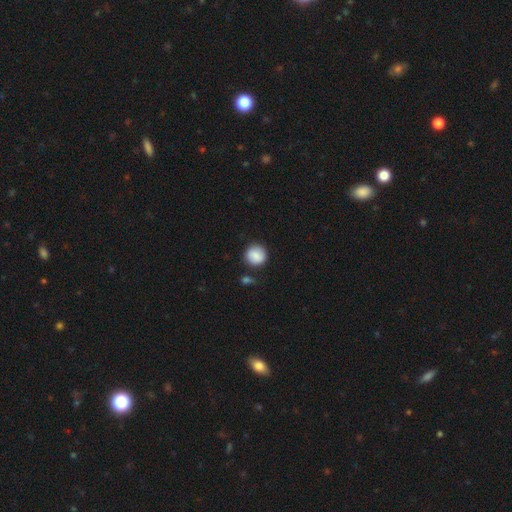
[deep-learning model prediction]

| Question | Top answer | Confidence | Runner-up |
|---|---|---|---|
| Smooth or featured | smooth | 84% | featured or disk (9%) |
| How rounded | round | 92% | in between (7%) |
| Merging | none | 80% | minor disturbance (12%) |